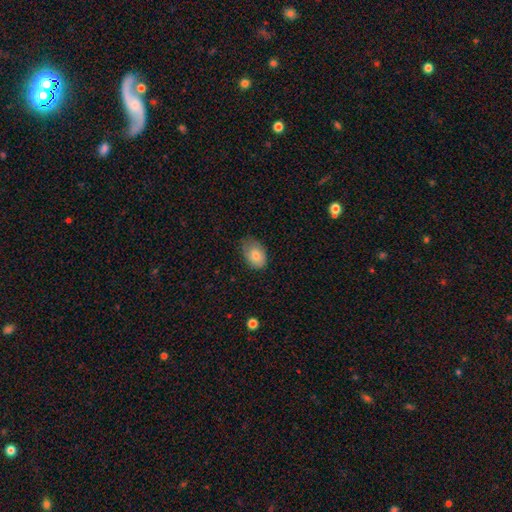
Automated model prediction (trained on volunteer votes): Smooth or featured? smooth (81%)
How rounded? in between (82%)
Merging? none (59%)